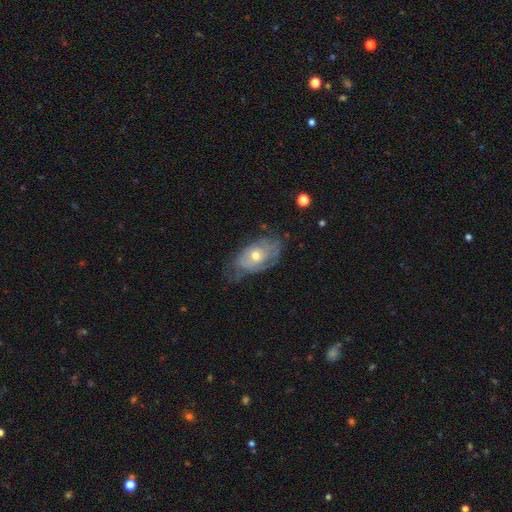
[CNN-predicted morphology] The model was most divided on "merging": none: 54%, minor disturbance: 30%, major disturbance: 15%, merger: 2%. More confident: edge-on disk — no (92%); bar — no (83%); spiral arms — yes (62%); smooth or featured — featured or disk (61%); bulge size — moderate (60%).